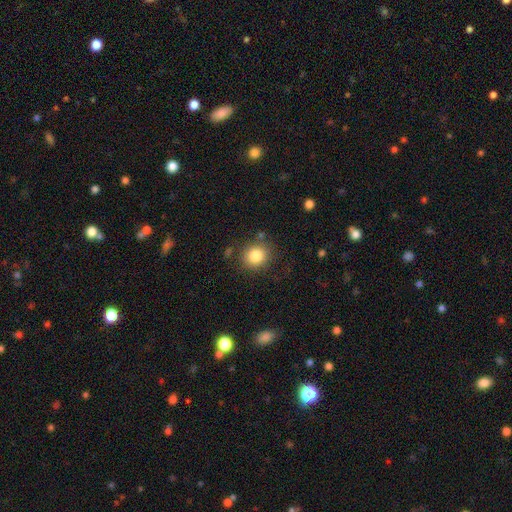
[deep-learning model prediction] smooth 83%, star or artifact 10%, featured or disk 6%. Down the decision tree: how rounded — round (81%); merging — none (82%).